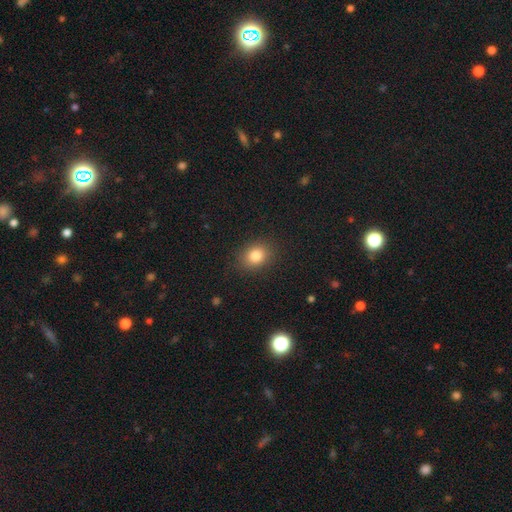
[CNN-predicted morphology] Smooth or featured: smooth — 82% (star or artifact — 11%)
How rounded: in between — 51% (round — 48%)
Merging: none — 87% (minor disturbance — 9%)